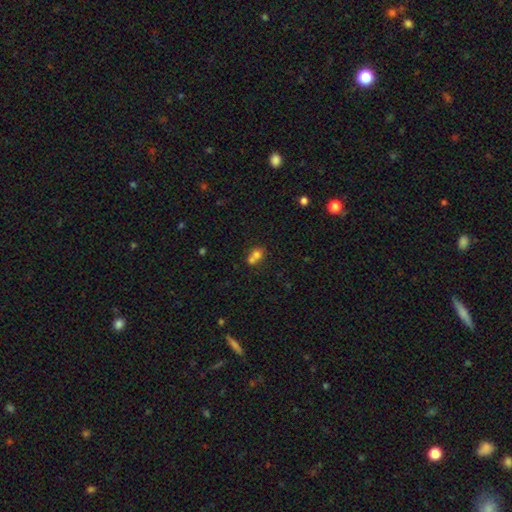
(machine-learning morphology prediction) Smooth or featured?
  - smooth: 70% *
  - featured or disk: 17%
  - star or artifact: 13%
How rounded?
  - round: 57% *
  - in between: 42%
  - cigar-shaped: 2%
Merging?
  - merger: 60% *
  - none: 29%
  - minor disturbance: 8%
  - major disturbance: 3%